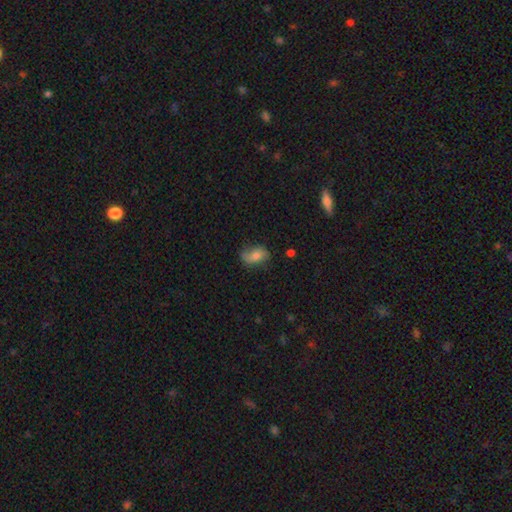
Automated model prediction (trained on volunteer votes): A smooth galaxy with no disk features (58%) that is in between round and cigar-shaped (83%).

Vote fractions:
- Smooth or featured? smooth: 58% / featured or disk: 33% / star or artifact: 9%
- How rounded? in between: 83% / round: 13% / cigar-shaped: 3%
- Merging? none: 54% / minor disturbance: 31% / major disturbance: 12% / merger: 3%